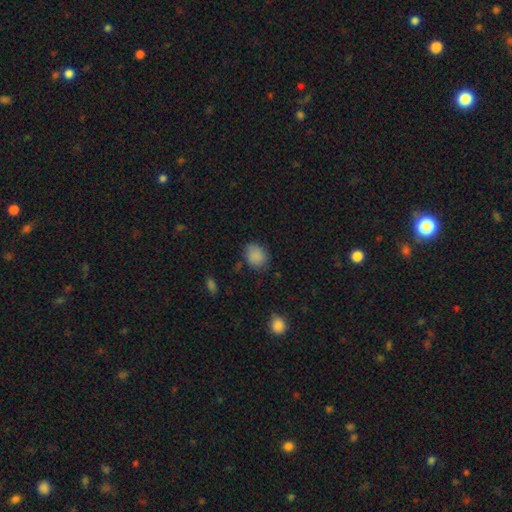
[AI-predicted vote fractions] Morphology: type=smooth (86%); roundness=round (53%); merging=none (77%).